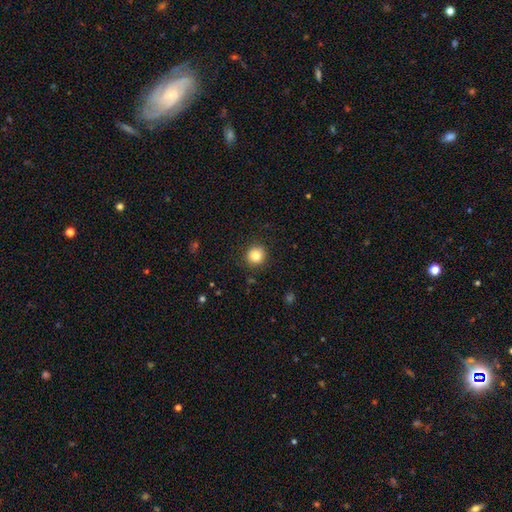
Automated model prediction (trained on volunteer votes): Overall: smooth (83%). How rounded: round (92%). Merging: none (90%).